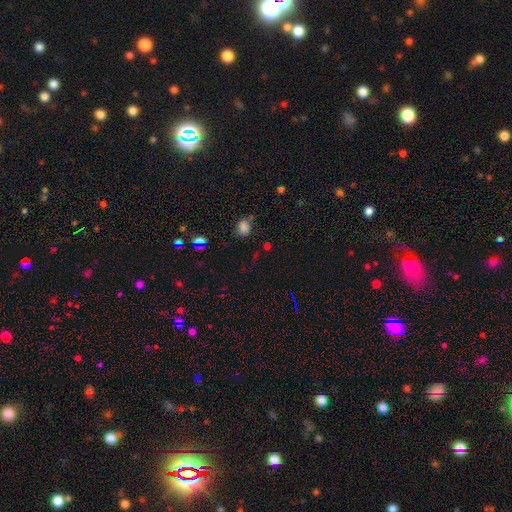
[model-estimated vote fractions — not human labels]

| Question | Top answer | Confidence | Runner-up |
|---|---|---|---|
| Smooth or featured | smooth | 52% | star or artifact (41%) |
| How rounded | round | 53% | in between (44%) |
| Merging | none | 68% | minor disturbance (17%) |